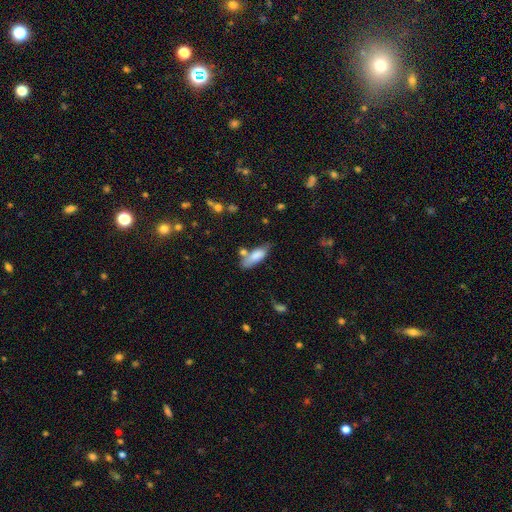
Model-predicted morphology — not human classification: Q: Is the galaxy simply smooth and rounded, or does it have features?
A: smooth — 80%.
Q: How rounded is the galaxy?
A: in between — 65%.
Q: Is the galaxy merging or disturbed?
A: none — 54%.